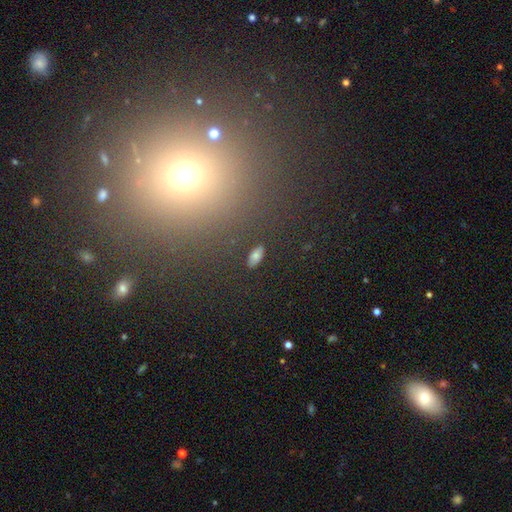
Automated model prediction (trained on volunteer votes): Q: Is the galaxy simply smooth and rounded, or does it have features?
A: smooth — 76%.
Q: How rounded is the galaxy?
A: in between — 87%.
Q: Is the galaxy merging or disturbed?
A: none — 88%.